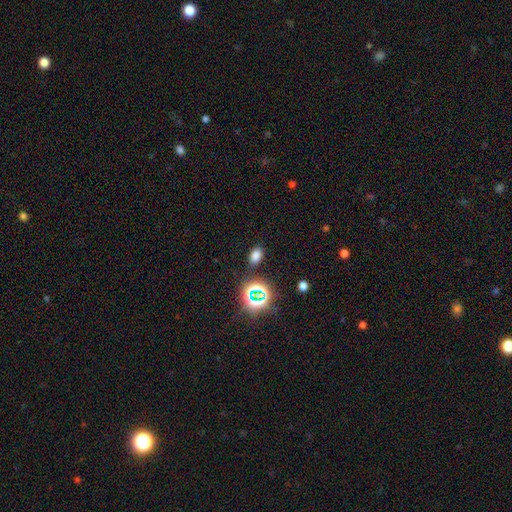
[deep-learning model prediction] A smooth galaxy with no disk features (70%) that is in between round and cigar-shaped (82%). Merging: none (83%).